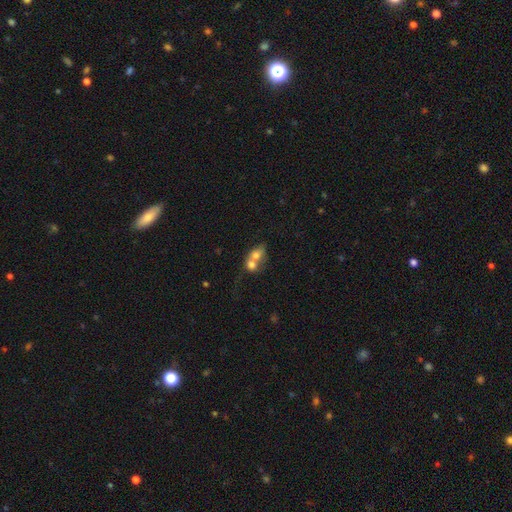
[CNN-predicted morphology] Overall: smooth (68%). How rounded: round (51%; in between 47%). Merging: merger (76%).